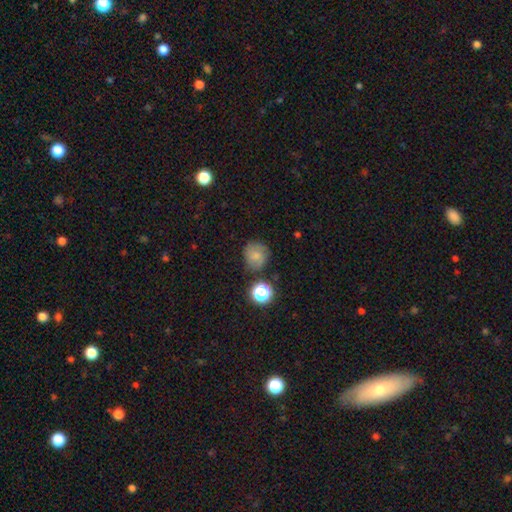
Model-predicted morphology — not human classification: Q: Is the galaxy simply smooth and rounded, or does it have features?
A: smooth — 58%.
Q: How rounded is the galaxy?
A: round — 85%.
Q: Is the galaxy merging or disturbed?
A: none — 72%.